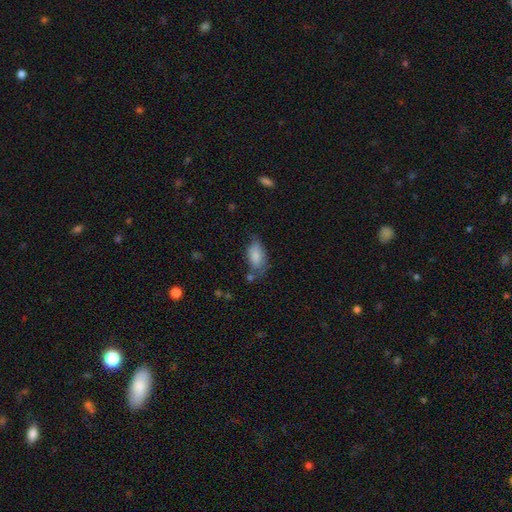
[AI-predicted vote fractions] smooth_or_featured: smooth (p=0.82) [alt: featured or disk p=0.11]
how_rounded: in between (p=0.92) [alt: cigar-shaped p=0.05]
merging: none (p=0.52) [alt: minor disturbance p=0.32]